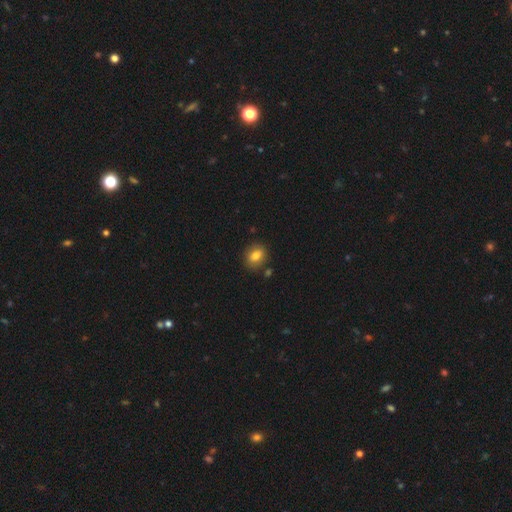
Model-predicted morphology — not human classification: smooth_or_featured: smooth (p=0.80) [alt: featured or disk p=0.10]
how_rounded: round (p=0.54) [alt: in between p=0.45]
merging: none (p=0.83) [alt: minor disturbance p=0.10]